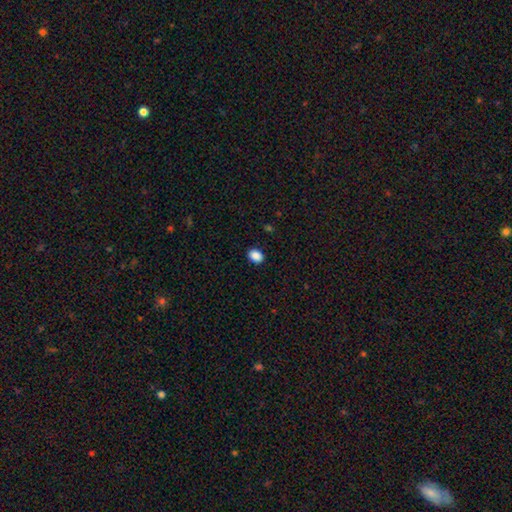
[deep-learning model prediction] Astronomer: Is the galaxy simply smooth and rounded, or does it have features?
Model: smooth — 89%.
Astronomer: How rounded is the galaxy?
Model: in between — 64%.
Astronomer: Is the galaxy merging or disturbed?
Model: none — 90%.